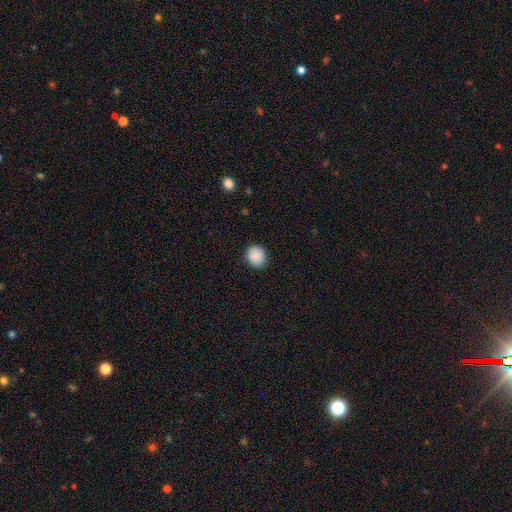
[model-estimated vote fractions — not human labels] Smooth or featured?
  - smooth: 89% *
  - star or artifact: 7%
  - featured or disk: 4%
How rounded?
  - round: 69% *
  - in between: 30%
  - cigar-shaped: 1%
Merging?
  - none: 85% *
  - minor disturbance: 12%
  - major disturbance: 2%
  - merger: 1%